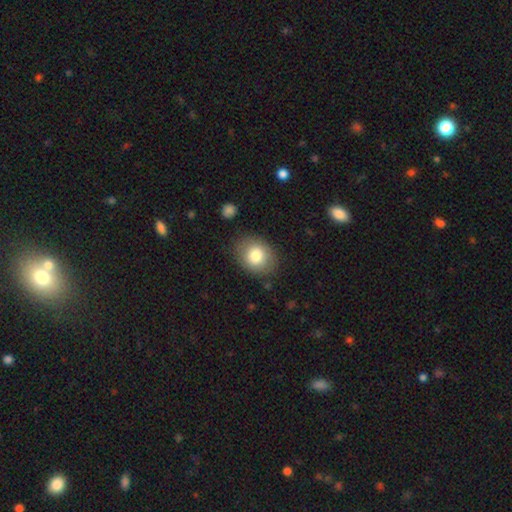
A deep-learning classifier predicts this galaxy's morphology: A smooth galaxy with no disk features (80%) that is in between round and cigar-shaped (52%). Merging: none (82%).